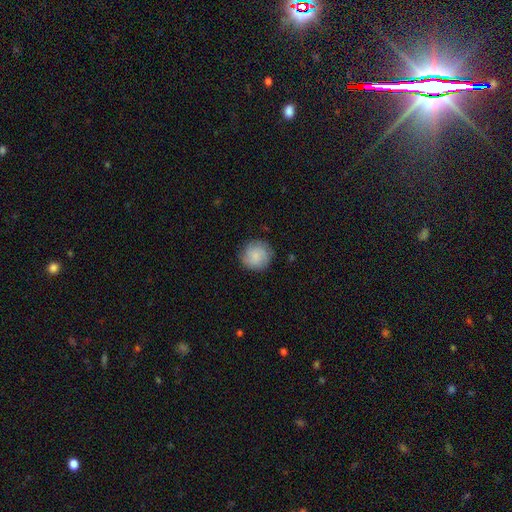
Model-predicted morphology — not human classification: This is likely a smooth galaxy (78%). How rounded: clearly round (93%). Merging: clearly none (84%).